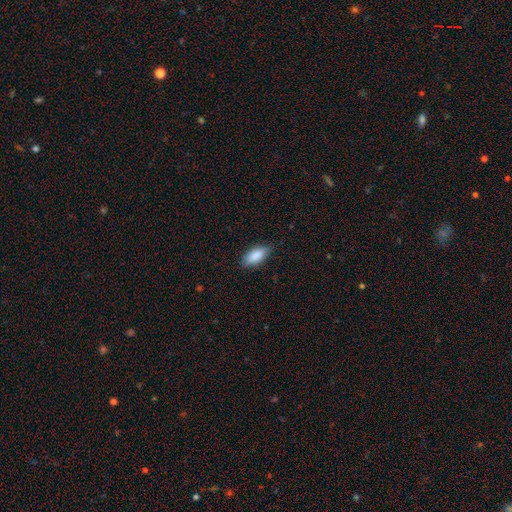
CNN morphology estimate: A smooth galaxy with no disk features (88%) that is in between round and cigar-shaped (89%). Merging: none (84%).